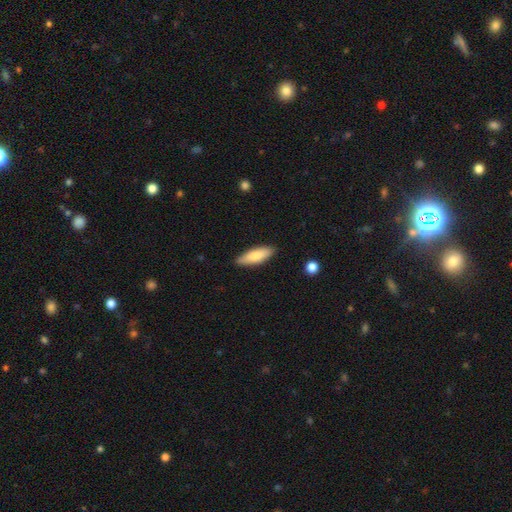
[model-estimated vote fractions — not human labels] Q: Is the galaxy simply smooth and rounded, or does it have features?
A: smooth — 80%.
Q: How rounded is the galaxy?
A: in between — 57%.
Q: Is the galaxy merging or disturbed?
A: none — 86%.